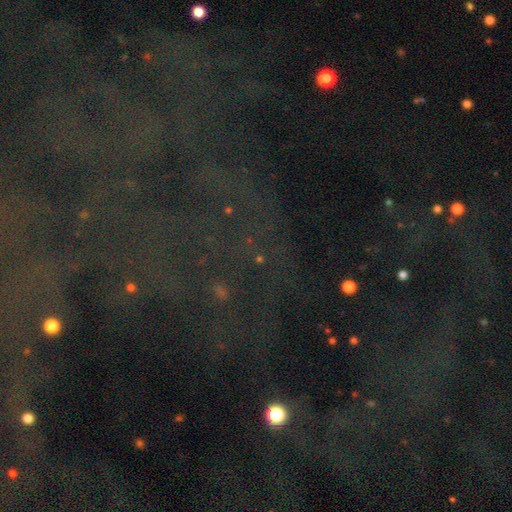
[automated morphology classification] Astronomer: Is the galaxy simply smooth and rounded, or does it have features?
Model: star or artifact — 79%.